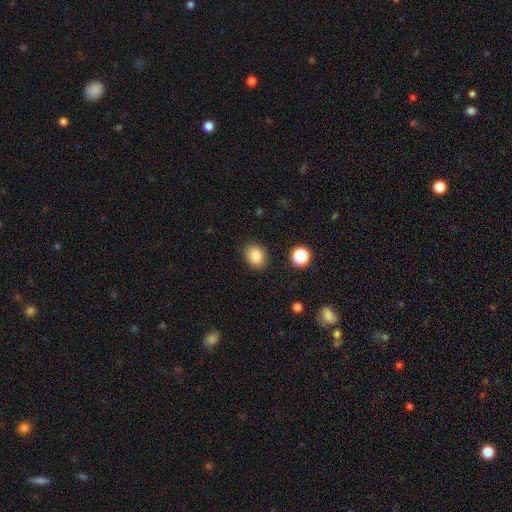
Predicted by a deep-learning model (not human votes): Smooth or featured?
  - smooth: 85% *
  - star or artifact: 10%
  - featured or disk: 5%
How rounded?
  - in between: 52% *
  - round: 47%
  - cigar-shaped: 1%
Merging?
  - none: 86% *
  - minor disturbance: 9%
  - major disturbance: 3%
  - merger: 2%